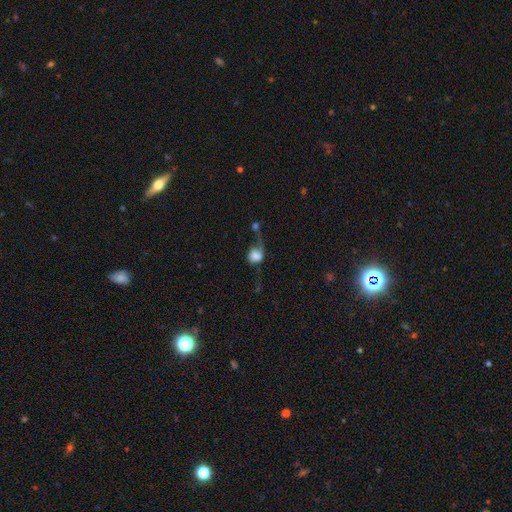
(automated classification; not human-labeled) Overall: smooth (66%). How rounded: round (61%; in between 37%). Merging: major disturbance (42%; none 22%).